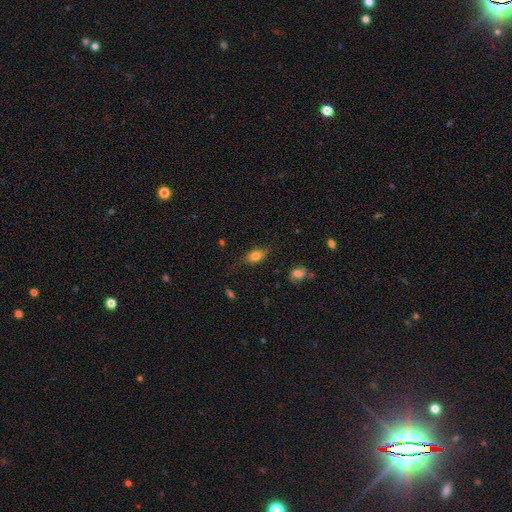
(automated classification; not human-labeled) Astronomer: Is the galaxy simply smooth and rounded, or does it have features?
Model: smooth — 69%.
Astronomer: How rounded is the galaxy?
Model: in between — 78%.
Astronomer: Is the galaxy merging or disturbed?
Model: none — 67%.